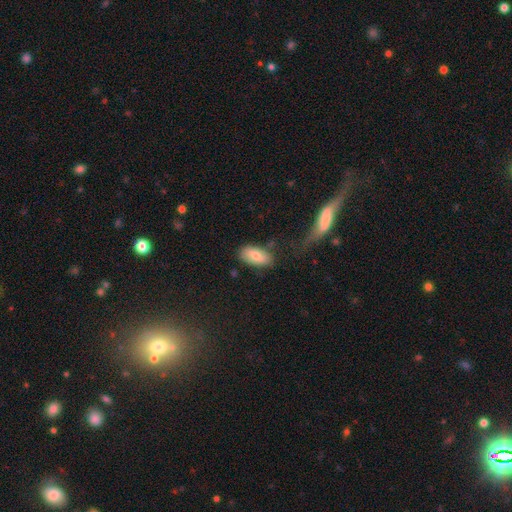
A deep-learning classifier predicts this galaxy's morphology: A smooth galaxy with no disk features (76%) that is in between round and cigar-shaped (92%).

Vote fractions:
- Smooth or featured? smooth: 76% / featured or disk: 17% / star or artifact: 7%
- How rounded? in between: 92% / cigar-shaped: 4% / round: 3%
- Merging? none: 72% / minor disturbance: 19% / major disturbance: 5% / merger: 5%